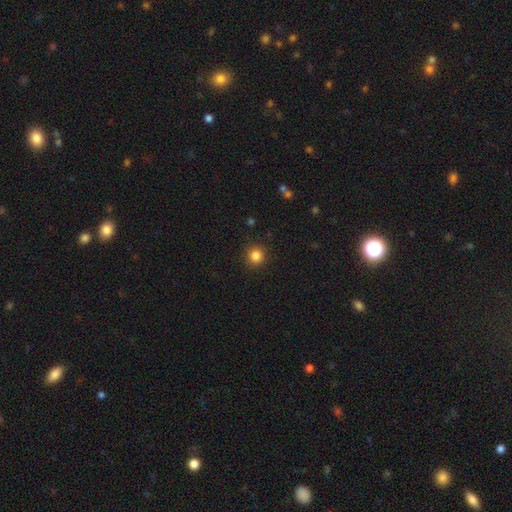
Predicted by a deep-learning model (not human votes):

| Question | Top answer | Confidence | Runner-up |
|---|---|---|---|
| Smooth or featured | smooth | 85% | star or artifact (11%) |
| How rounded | round | 94% | in between (5%) |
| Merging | none | 90% | minor disturbance (6%) |